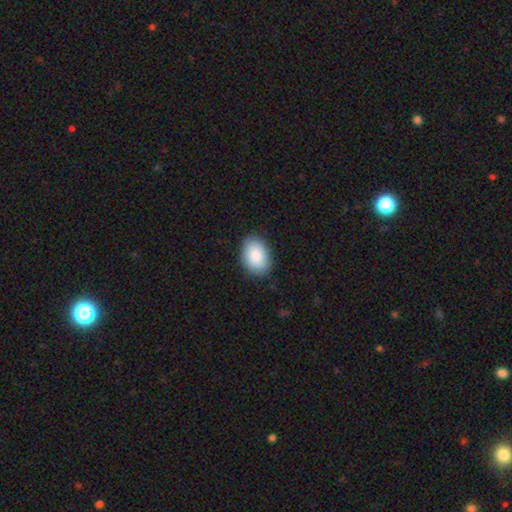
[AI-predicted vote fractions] Morphology: type=smooth (88%); roundness=in between (85%); merging=none (86%).